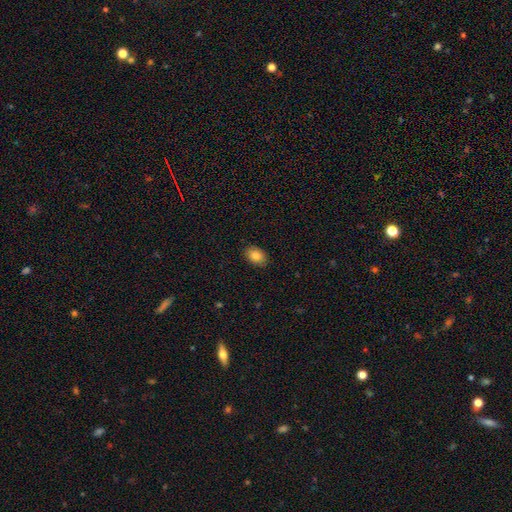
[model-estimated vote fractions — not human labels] smooth-or-featured: smooth: 83% | featured or disk: 9% | star or artifact: 8%
  how-rounded: in between: 78% | round: 21% | cigar-shaped: 1%
  merging: none: 88% | minor disturbance: 9% | major disturbance: 2% | merger: 1%